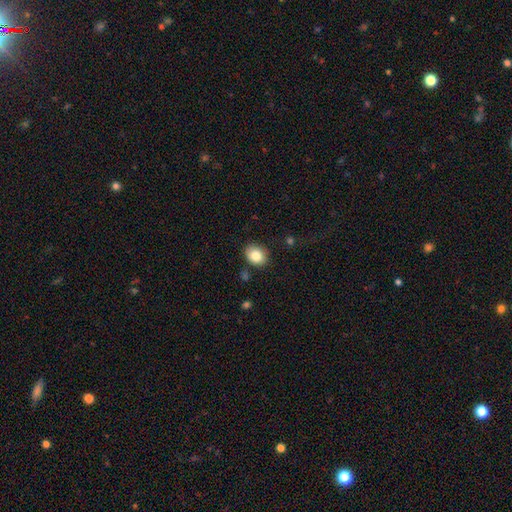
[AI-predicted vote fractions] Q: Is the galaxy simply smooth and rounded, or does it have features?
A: smooth — 85%.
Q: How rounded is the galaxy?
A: in between — 57%.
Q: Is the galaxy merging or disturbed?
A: none — 83%.